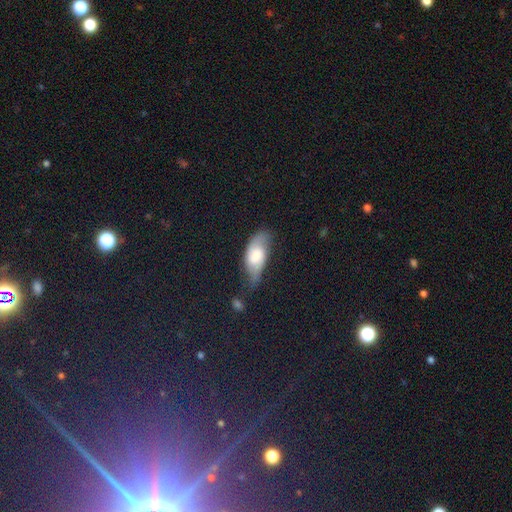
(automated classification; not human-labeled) Smooth or featured?
  - smooth: 50% *
  - featured or disk: 41%
  - star or artifact: 9%
How rounded?
  - in between: 82% *
  - cigar-shaped: 14%
  - round: 4%
Merging?
  - none: 47% *
  - minor disturbance: 36%
  - major disturbance: 13%
  - merger: 4%